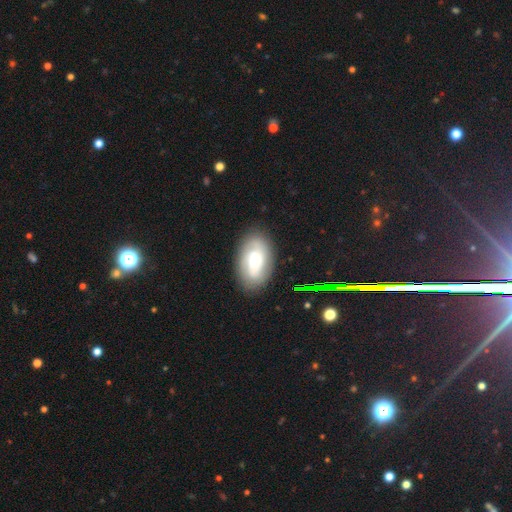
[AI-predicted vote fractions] A featured or disk galaxy (52%). Merging: none (82%).